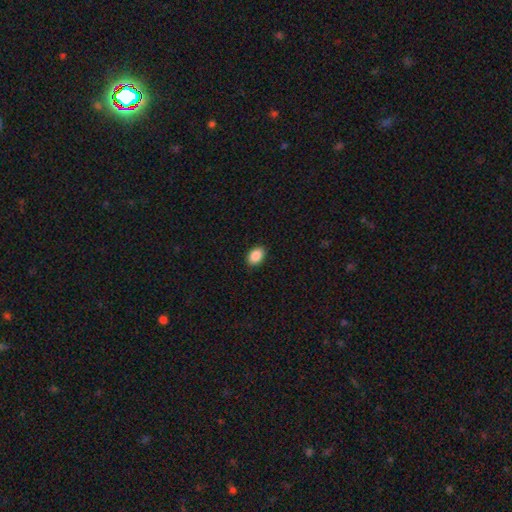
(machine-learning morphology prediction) A smooth galaxy with no disk features (88%) that is in between round and cigar-shaped (81%). Merging: none (90%).